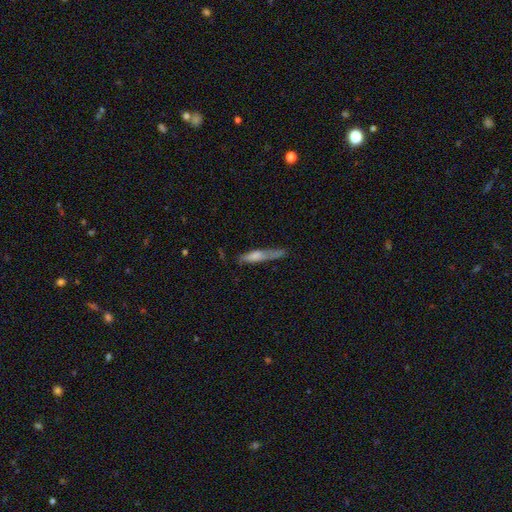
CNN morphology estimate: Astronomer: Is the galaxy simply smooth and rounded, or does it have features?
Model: smooth — 52% (runner-up: featured or disk, 40%).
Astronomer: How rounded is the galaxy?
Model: cigar-shaped — 90%.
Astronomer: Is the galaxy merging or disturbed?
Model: none — 63%.